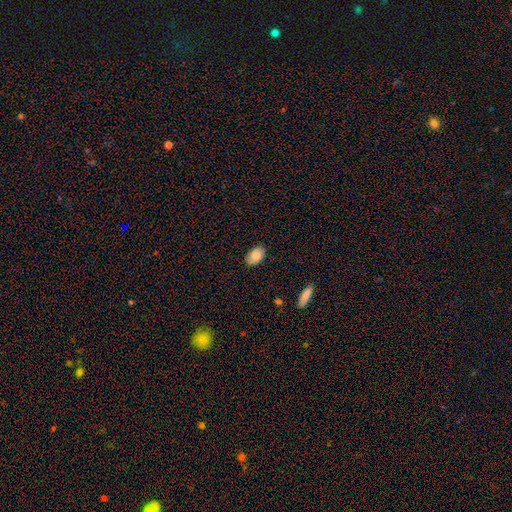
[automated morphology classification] The model was most divided on "merging": none: 83%, minor disturbance: 13%, major disturbance: 2%, merger: 1%. More confident: how rounded — in between (90%); smooth or featured — smooth (84%).